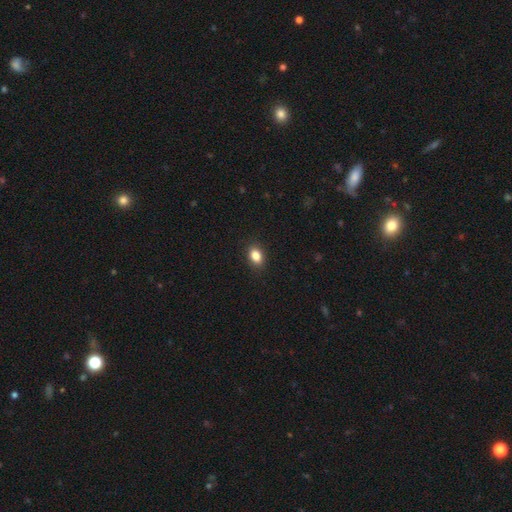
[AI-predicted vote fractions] Smooth or featured: smooth — 85% (star or artifact — 9%)
How rounded: in between — 77% (round — 21%)
Merging: none — 88% (minor disturbance — 8%)